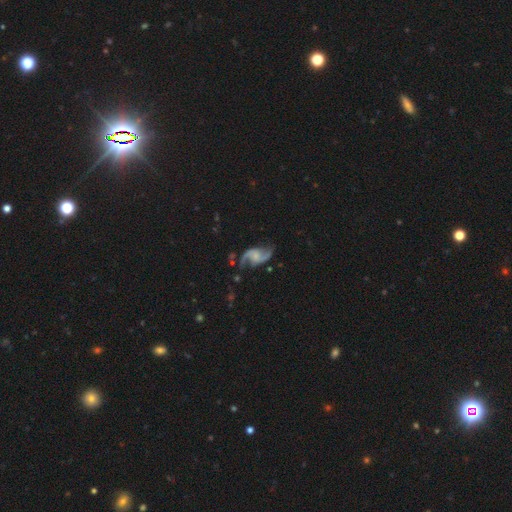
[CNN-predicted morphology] featured or disk 88%, smooth 6%, star or artifact 5%. Down the decision tree: edge-on disk — no (97%); bar — no (56%); spiral arms — yes (97%); spiral arm count — 2 (93%); spiral winding — loose (70%); bulge size — small (38%); merging — none (71%).